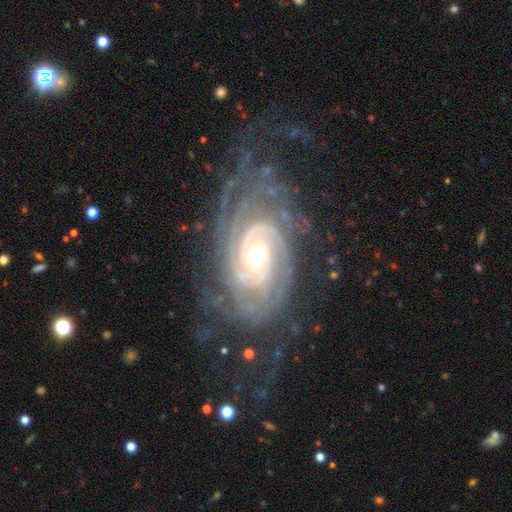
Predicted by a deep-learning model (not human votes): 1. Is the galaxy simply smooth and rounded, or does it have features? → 91% featured or disk, 5% star or artifact, 4% smooth.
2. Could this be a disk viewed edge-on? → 96% no, 4% yes.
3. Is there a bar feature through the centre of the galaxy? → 59% no, 27% weak, 14% strong.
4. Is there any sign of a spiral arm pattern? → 98% yes, 2% no.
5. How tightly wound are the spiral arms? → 77% tight, 19% medium, 4% loose.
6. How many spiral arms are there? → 27% 2, 24% can't tell, 17% 3, 14% 4, 11% more than 4, 7% 1.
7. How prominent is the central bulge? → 65% moderate, 26% small, 7% large, 1% dominant, 1% none.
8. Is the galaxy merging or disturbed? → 64% none, 19% minor disturbance, 16% major disturbance, 2% merger.